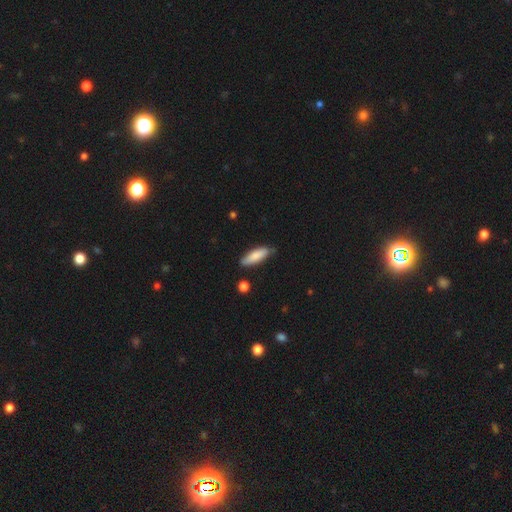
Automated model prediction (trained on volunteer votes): This appears to be a smooth galaxy with no disk features (82%) that is in between round and cigar-shaped (49%, tied with cigar-shaped). Merging: none (80%).